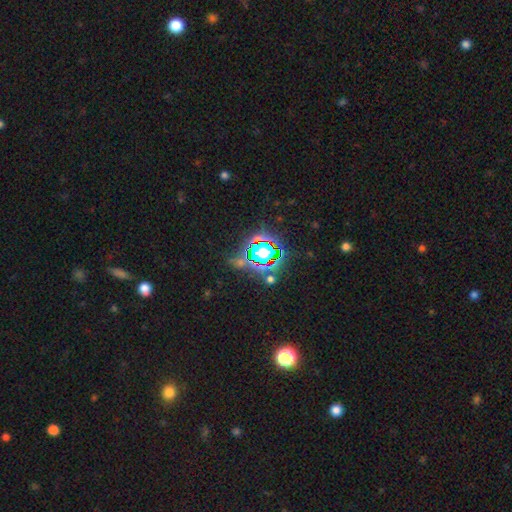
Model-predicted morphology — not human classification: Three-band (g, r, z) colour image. It shows a star or artifact, not a galaxy (81%).